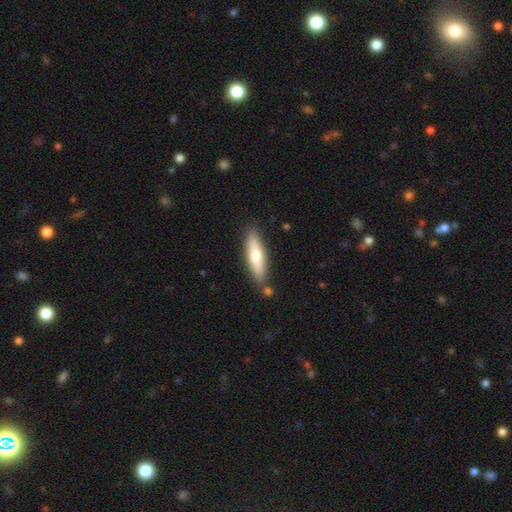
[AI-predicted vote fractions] Smooth or featured? smooth (64%)
How rounded? cigar-shaped (73%)
Merging? none (79%)